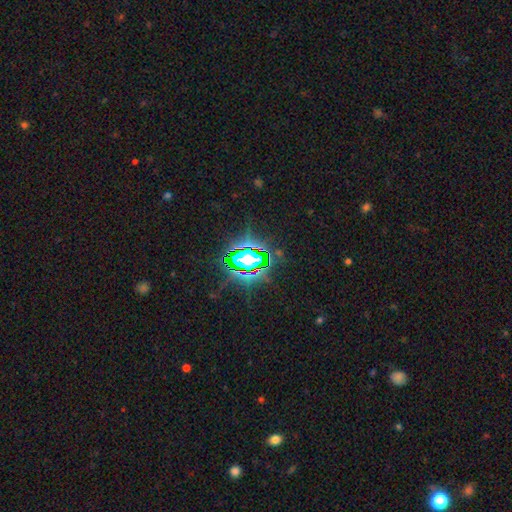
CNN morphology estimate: Smooth or featured? Predicted: star or artifact (p=0.77).